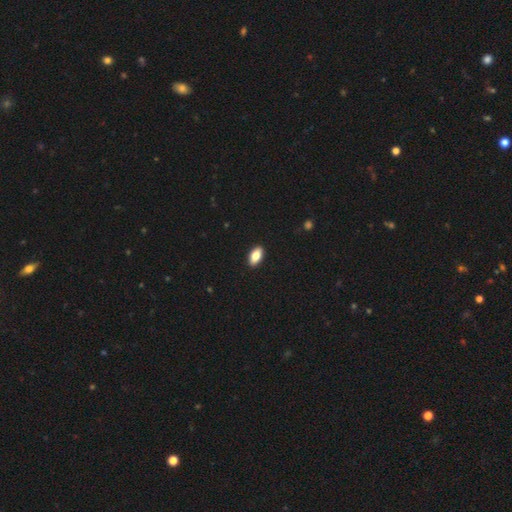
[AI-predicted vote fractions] Smooth or featured: smooth — 81% (featured or disk — 12%)
How rounded: in between — 91% (cigar-shaped — 6%)
Merging: none — 91% (minor disturbance — 7%)